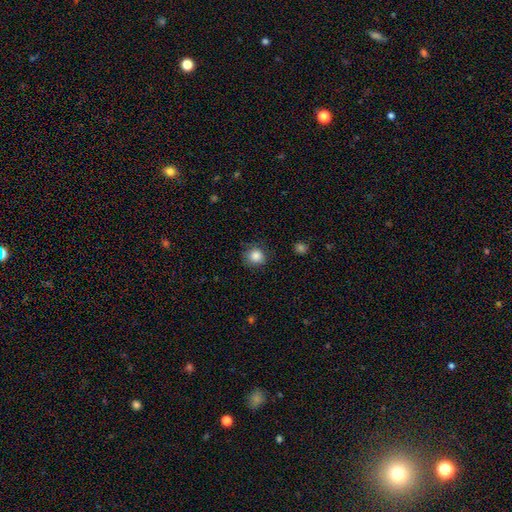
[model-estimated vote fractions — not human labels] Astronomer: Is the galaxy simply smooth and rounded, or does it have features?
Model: smooth — 86%.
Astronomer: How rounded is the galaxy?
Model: round — 88%.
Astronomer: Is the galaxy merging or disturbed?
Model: none — 82%.